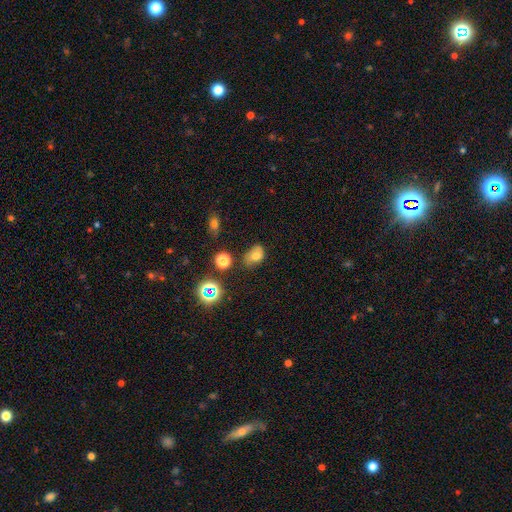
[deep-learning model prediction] Smooth or featured: smooth — 65% (featured or disk — 19%)
How rounded: in between — 73% (round — 25%)
Merging: none — 56% (minor disturbance — 30%)